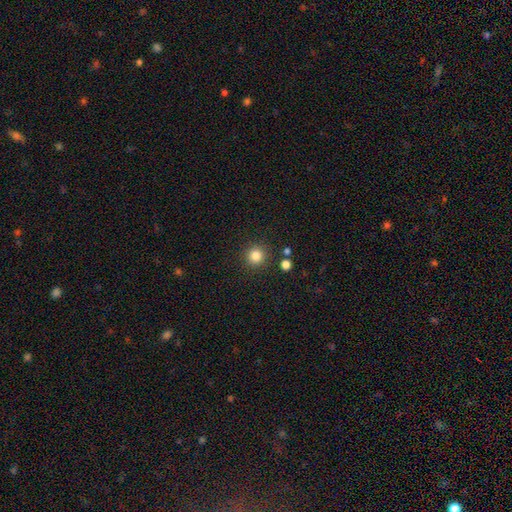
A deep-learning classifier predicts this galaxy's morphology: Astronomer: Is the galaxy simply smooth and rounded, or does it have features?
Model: smooth — 83%.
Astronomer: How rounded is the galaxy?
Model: round — 93%.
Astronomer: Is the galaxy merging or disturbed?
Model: none — 88%.